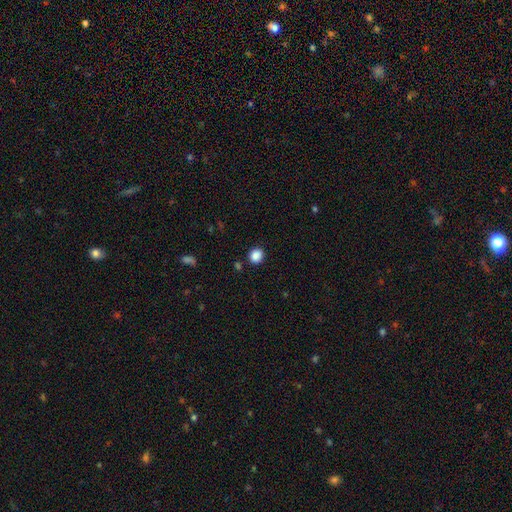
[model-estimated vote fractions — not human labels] This appears to be a smooth galaxy with no disk features (87%) that is round (75%). Merging: none (87%).